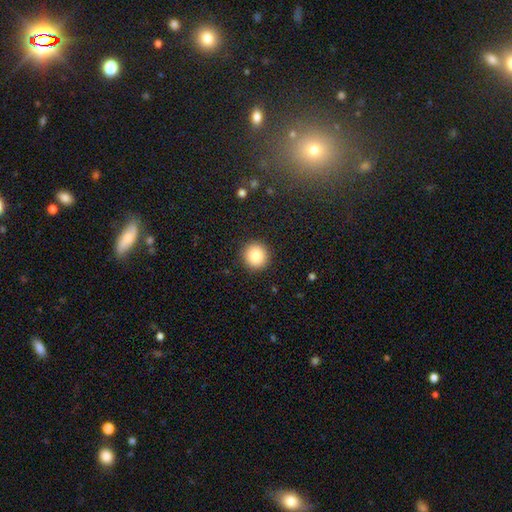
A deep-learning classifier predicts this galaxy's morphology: A smooth galaxy with no disk features (84%) that is round (94%). Merging: none (92%).